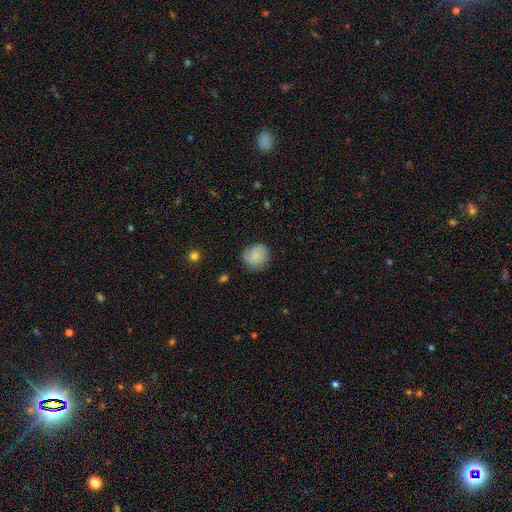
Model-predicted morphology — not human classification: This appears to be a smooth galaxy with no disk features (72%) that is round (85%). Merging: none (73%).